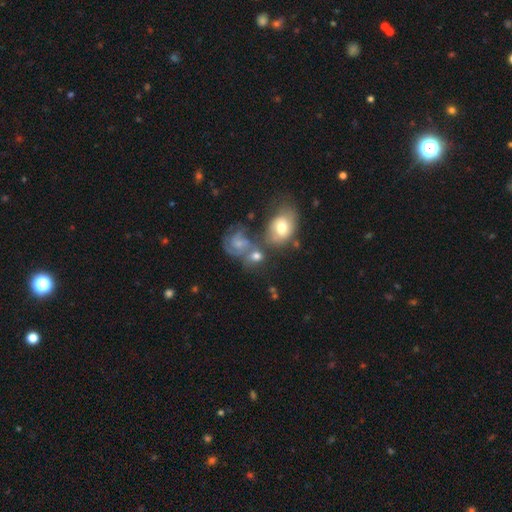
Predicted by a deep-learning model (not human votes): This is possibly a smooth galaxy (50%). Merging: marginally none (39%).